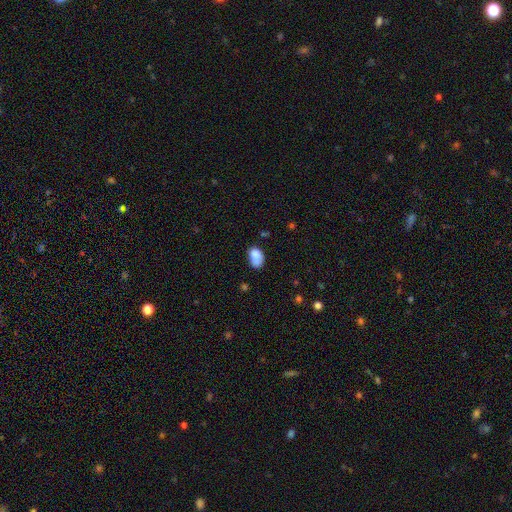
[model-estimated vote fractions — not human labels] Smooth or featured: smooth — 80% (featured or disk — 11%)
How rounded: in between — 84% (round — 14%)
Merging: none — 45% (minor disturbance — 29%)